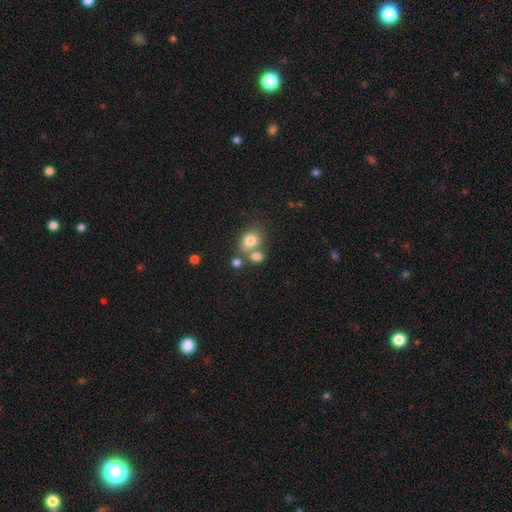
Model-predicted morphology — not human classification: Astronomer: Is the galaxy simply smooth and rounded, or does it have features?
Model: smooth — 76%.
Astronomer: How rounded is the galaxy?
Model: round — 55% (runner-up: in between, 43%).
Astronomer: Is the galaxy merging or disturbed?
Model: none — 44% (runner-up: merger, 40%).